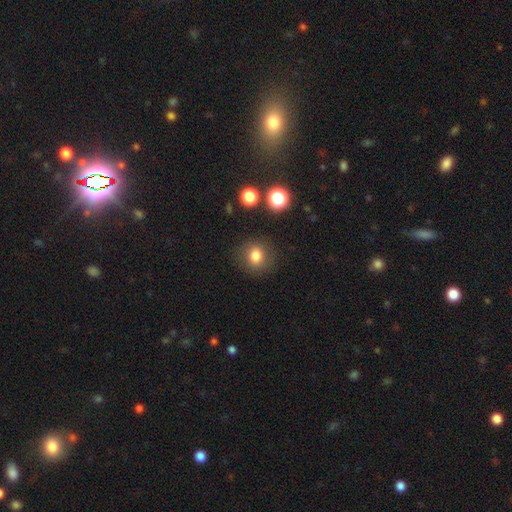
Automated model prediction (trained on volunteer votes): Smooth or featured? smooth (81%)
How rounded? round (81%)
Merging? none (86%)